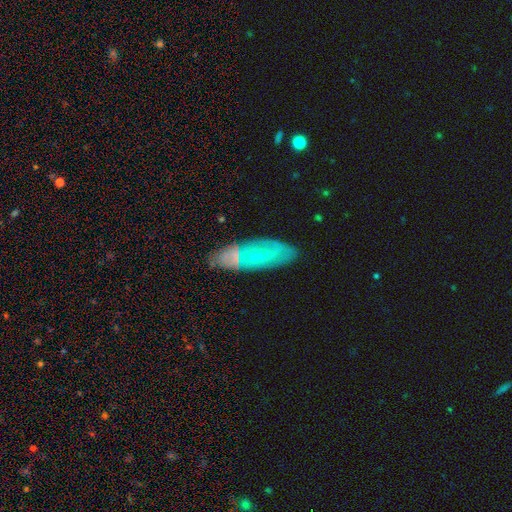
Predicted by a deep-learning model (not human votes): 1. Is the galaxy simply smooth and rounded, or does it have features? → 56% featured or disk, 34% smooth, 10% star or artifact.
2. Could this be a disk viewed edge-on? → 81% no, 19% yes.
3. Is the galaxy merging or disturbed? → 67% none, 17% minor disturbance, 11% merger, 5% major disturbance.